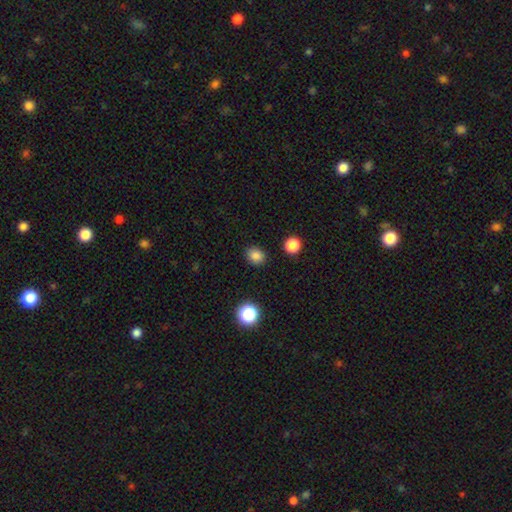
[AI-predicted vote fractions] Smooth or featured: smooth — 84% (star or artifact — 13%)
How rounded: round — 66% (in between — 33%)
Merging: none — 88% (minor disturbance — 7%)